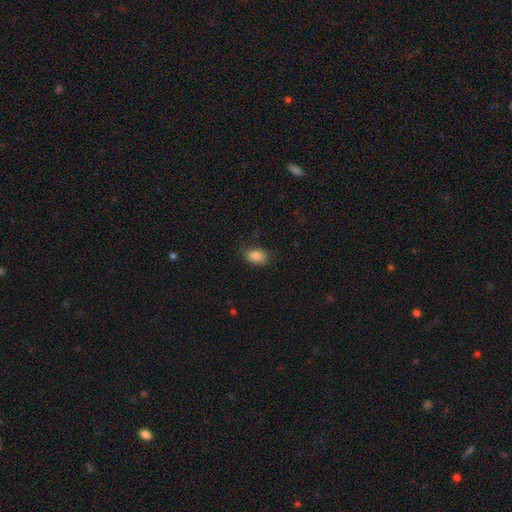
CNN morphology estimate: A smooth galaxy with no disk features (87%) that is in between round and cigar-shaped (83%). Merging: none (75%).